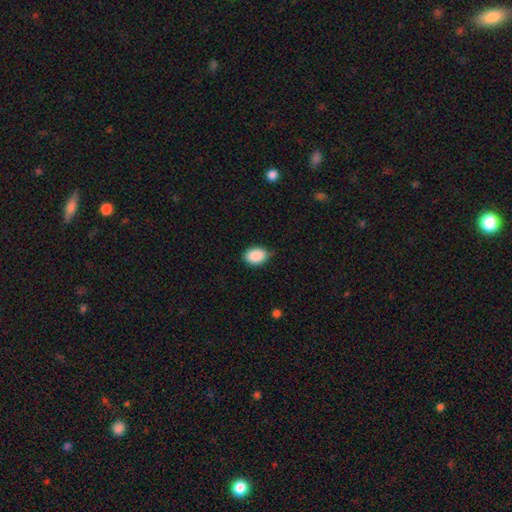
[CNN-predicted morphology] This appears to be a smooth galaxy with no disk features (89%) that is in between round and cigar-shaped (83%). Merging: none (77%).